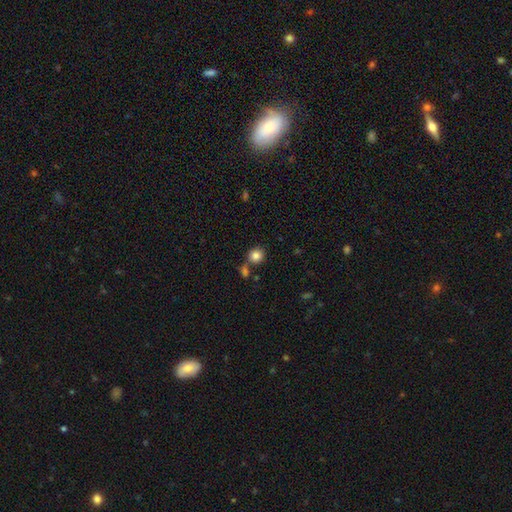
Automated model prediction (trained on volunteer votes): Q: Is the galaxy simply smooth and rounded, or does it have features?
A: smooth — 85%.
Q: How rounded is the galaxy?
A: round — 87%.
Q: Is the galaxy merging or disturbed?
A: none — 70%.